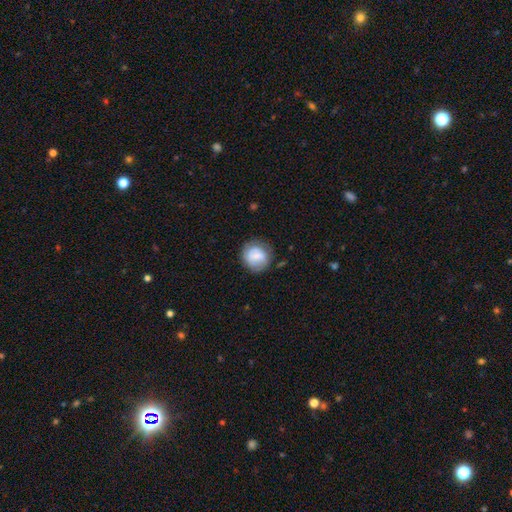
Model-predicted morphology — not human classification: This appears to be a smooth galaxy with no disk features (67%) that is round (85%). Merging: none (72%).